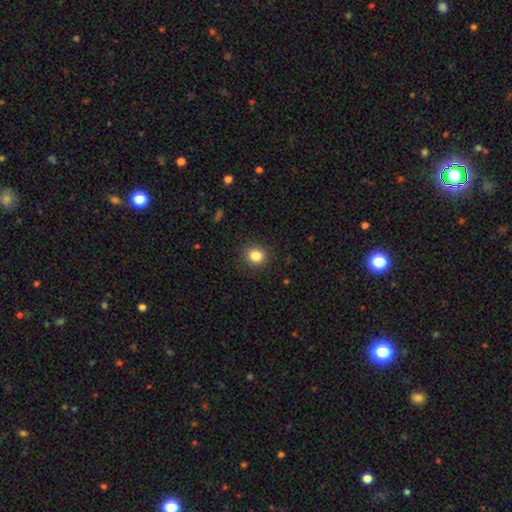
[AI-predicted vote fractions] Q: Smooth or featured?
A: smooth (84%); runner-up: star or artifact (11%)
Q: How rounded?
A: round (84%); runner-up: in between (15%)
Q: Merging?
A: none (89%); runner-up: minor disturbance (7%)